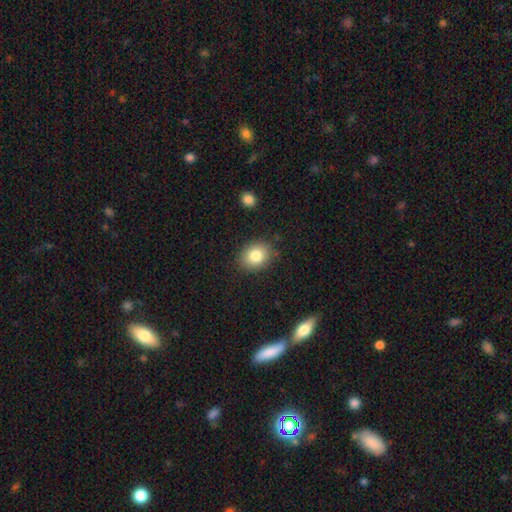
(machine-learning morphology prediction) Smooth or featured? smooth (82%)
How rounded? round (52%)
Merging? none (85%)